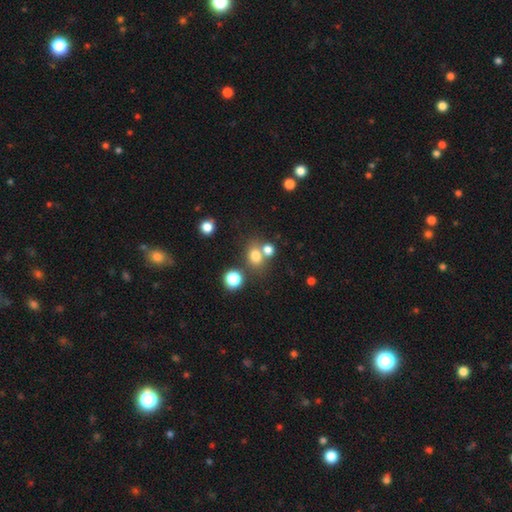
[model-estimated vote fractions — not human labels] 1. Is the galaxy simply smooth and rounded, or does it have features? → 75% smooth, 16% star or artifact, 9% featured or disk.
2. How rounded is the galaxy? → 60% round, 39% in between, 1% cigar-shaped.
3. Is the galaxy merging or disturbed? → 56% none, 29% merger, 10% minor disturbance, 5% major disturbance.